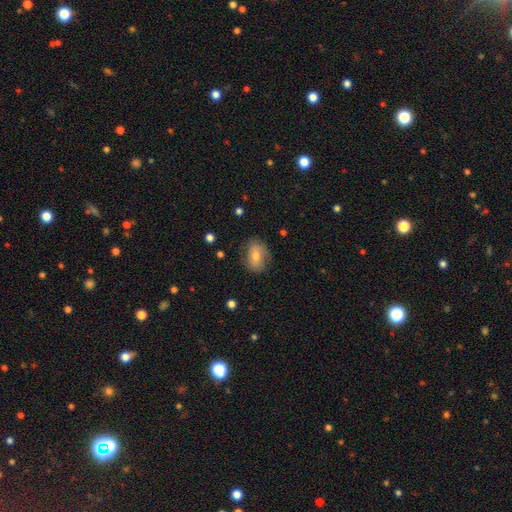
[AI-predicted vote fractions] smooth_or_featured: smooth (p=0.55) [alt: featured or disk p=0.34]
how_rounded: in between (p=0.68) [alt: round p=0.30]
merging: none (p=0.75) [alt: minor disturbance p=0.18]